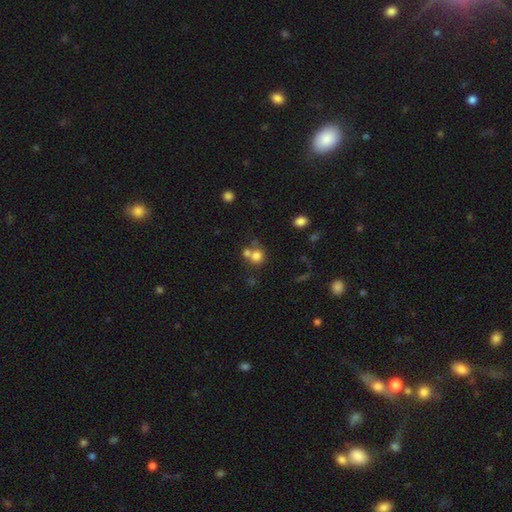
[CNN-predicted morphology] The model was most divided on "merging": none: 45%, merger: 44%, minor disturbance: 8%, major disturbance: 4%. More confident: how rounded — round (83%); smooth or featured — smooth (76%).